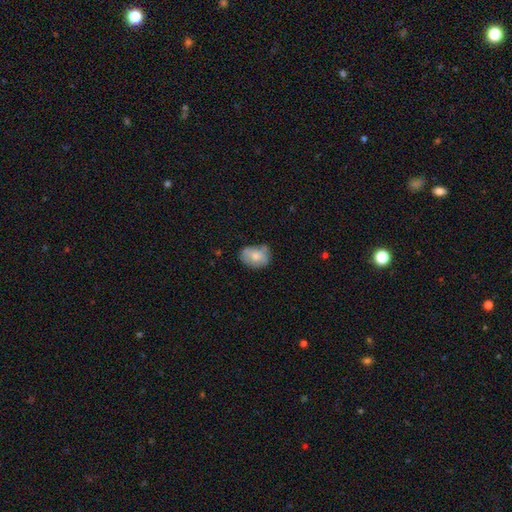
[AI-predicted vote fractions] Smooth or featured? Predicted: smooth (p=0.66). How rounded? Predicted: in between (p=0.68). Merging? Predicted: none (p=0.56).